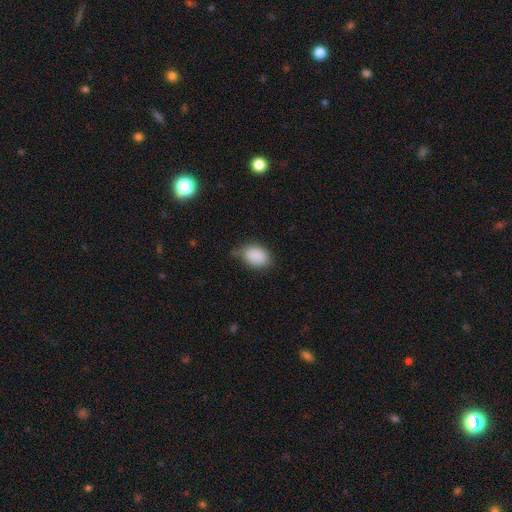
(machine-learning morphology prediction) Smooth or featured? smooth (88%)
How rounded? in between (80%)
Merging? none (58%)